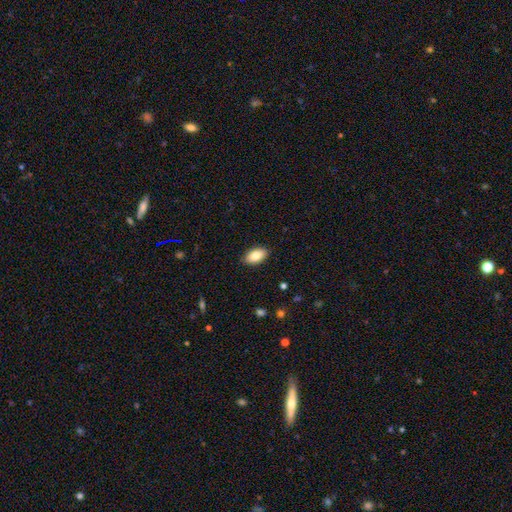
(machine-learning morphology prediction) Overall: smooth (86%). How rounded: in between (93%). Merging: none (87%).